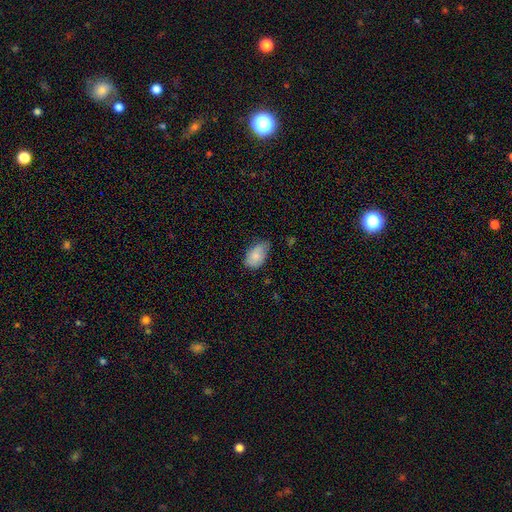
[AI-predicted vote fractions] Q: Smooth or featured?
A: smooth (81%); runner-up: featured or disk (12%)
Q: How rounded?
A: in between (90%); runner-up: round (8%)
Q: Merging?
A: none (53%); runner-up: minor disturbance (38%)